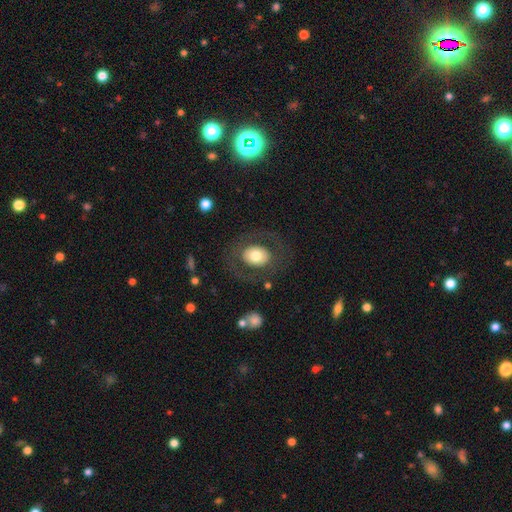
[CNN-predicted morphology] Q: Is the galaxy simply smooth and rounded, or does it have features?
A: smooth — 59%.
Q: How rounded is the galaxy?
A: in between — 55%.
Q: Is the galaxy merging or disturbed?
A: none — 77%.